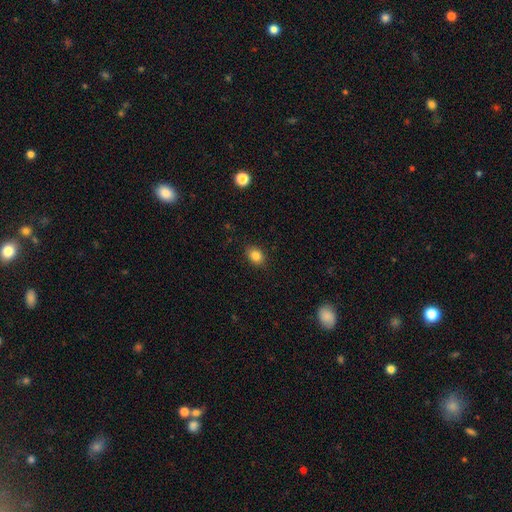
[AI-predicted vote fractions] Smooth or featured? Predicted: smooth (p=0.84). How rounded? Predicted: in between (p=0.61). Merging? Predicted: none (p=0.88).